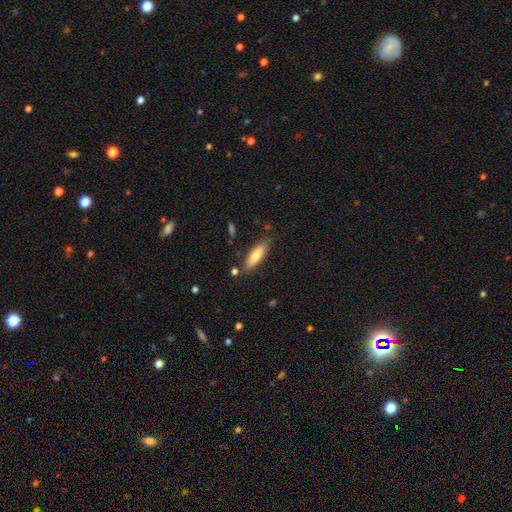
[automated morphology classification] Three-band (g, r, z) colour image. It shows a smooth galaxy with no disk features (78%) that is in between round and cigar-shaped (54%). Merging: none (80%).